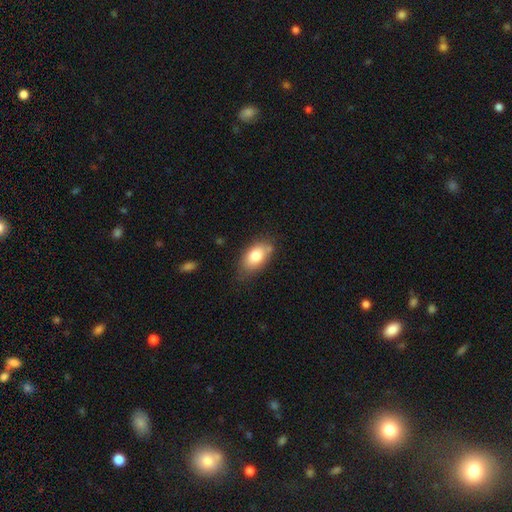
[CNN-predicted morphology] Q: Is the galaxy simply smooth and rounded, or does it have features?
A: smooth — 80%.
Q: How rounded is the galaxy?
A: in between — 91%.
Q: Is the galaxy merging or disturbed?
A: none — 67%.